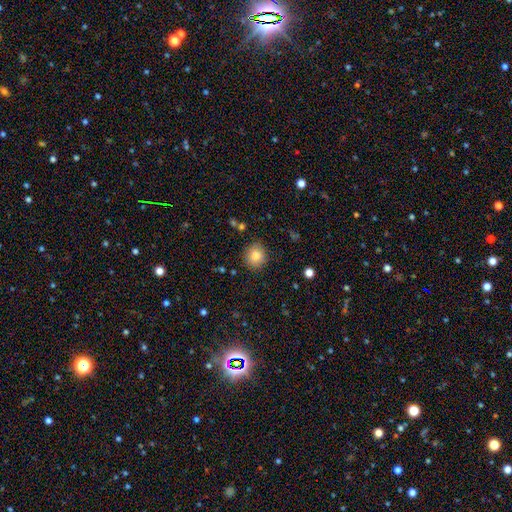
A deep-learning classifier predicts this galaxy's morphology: Q: Smooth or featured?
A: smooth (83%); runner-up: star or artifact (10%)
Q: How rounded?
A: round (82%); runner-up: in between (17%)
Q: Merging?
A: none (87%); runner-up: minor disturbance (9%)